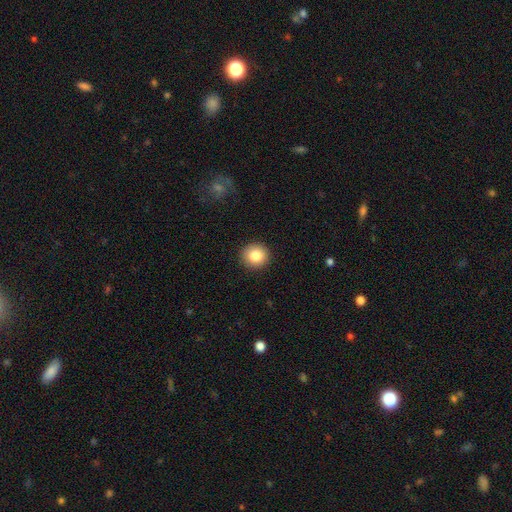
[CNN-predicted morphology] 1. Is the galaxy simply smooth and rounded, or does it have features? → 84% smooth, 9% star or artifact, 7% featured or disk.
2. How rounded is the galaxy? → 90% round, 9% in between, 1% cigar-shaped.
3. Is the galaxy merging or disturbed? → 91% none, 6% minor disturbance, 2% major disturbance, 1% merger.